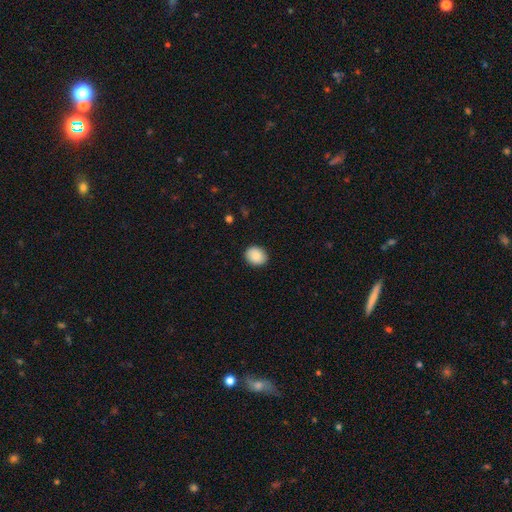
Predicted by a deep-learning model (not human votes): A smooth galaxy with no disk features (89%) that is round (56%). Merging: none (90%).